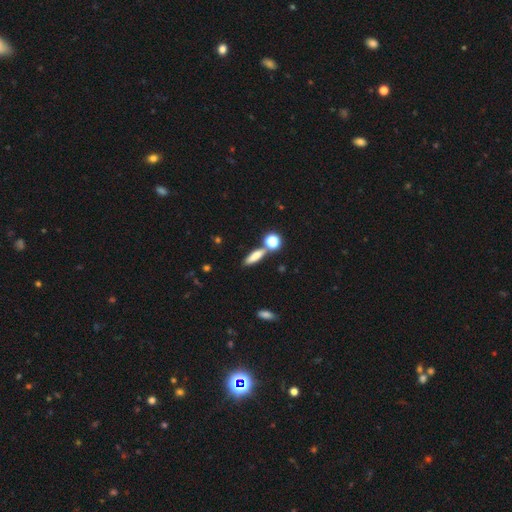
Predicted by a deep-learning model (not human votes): The model was most divided on "how rounded": cigar-shaped: 54%, in between: 36%, round: 9%. More confident: smooth or featured — smooth (73%); merging — none (67%).